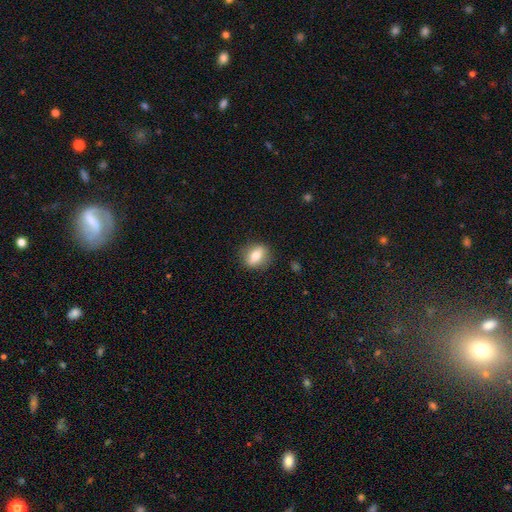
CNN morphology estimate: Smooth or featured? smooth (68%)
How rounded? in between (59%)
Merging? none (84%)